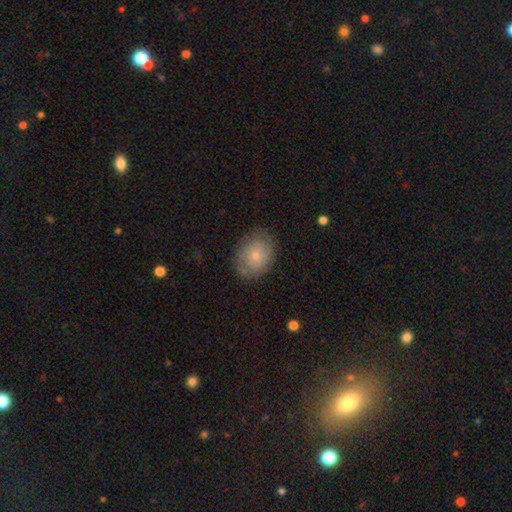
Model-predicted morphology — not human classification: smooth_or_featured: smooth (p=0.71) [alt: featured or disk p=0.22]
how_rounded: in between (p=0.60) [alt: round p=0.39]
merging: none (p=0.78) [alt: minor disturbance p=0.16]